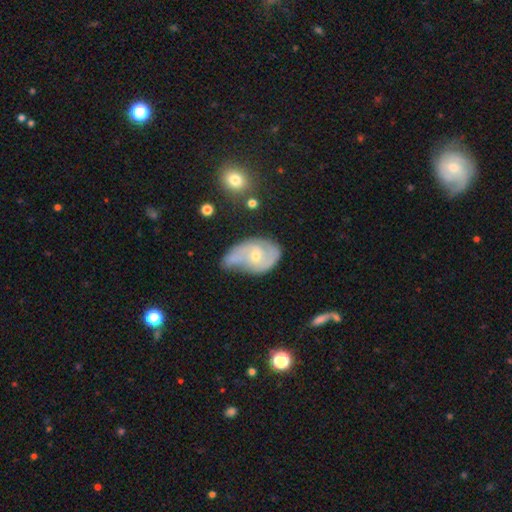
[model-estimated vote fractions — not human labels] Smooth or featured: featured or disk — 70% (smooth — 23%)
Edge-on disk: no — 96% (yes — 4%)
Bar: no — 61% (weak — 33%)
Spiral arms: yes — 81% (no — 19%)
Spiral winding: medium — 40% (tight — 38%)
Spiral arm count: 2 — 58% (can't tell — 24%)
Bulge size: small — 53% (moderate — 44%)
Merging: minor disturbance — 37% (none — 33%)